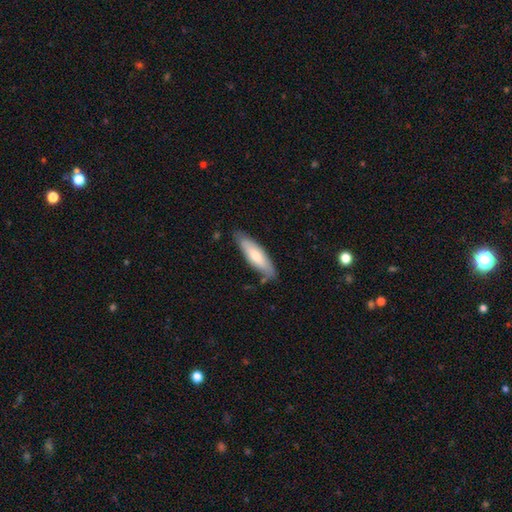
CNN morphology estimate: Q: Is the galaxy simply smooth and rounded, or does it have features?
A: smooth — 66%.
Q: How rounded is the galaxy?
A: cigar-shaped — 56%.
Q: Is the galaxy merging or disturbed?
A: none — 75%.